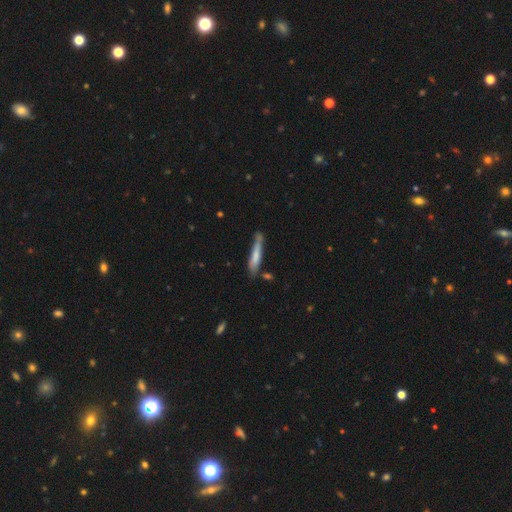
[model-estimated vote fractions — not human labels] Smooth or featured?
  - smooth: 67% *
  - featured or disk: 27%
  - star or artifact: 6%
How rounded?
  - cigar-shaped: 92% *
  - in between: 7%
  - round: 1%
Merging?
  - none: 64% *
  - minor disturbance: 24%
  - merger: 6%
  - major disturbance: 6%